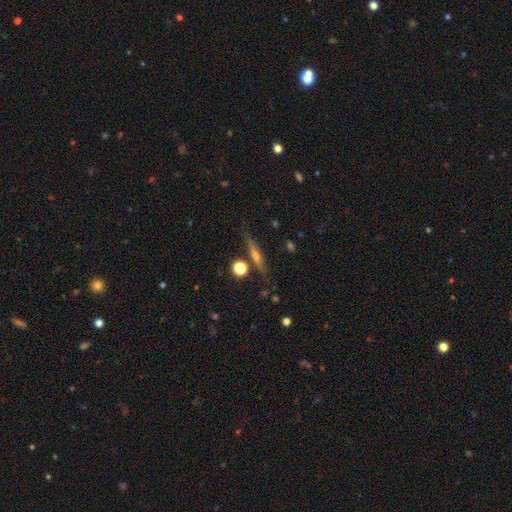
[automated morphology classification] This appears to be a featured or disk galaxy (61%) viewed edge-on (94%) with a rounded central bulge (73%). Merging: none (82%).